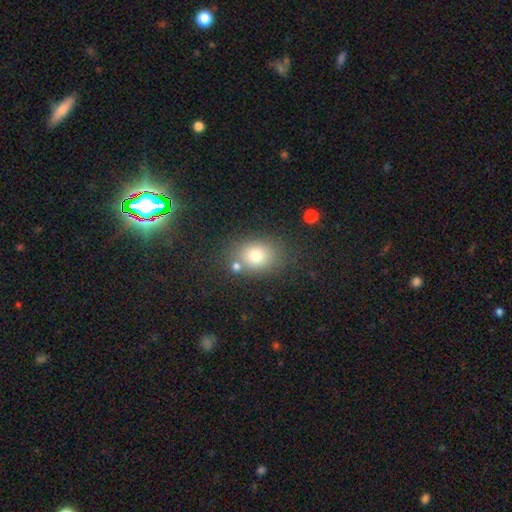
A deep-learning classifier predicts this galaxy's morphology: The model was most divided on "how rounded": in between: 56%, round: 43%, cigar-shaped: 1%. More confident: smooth or featured — smooth (76%); merging — none (70%).